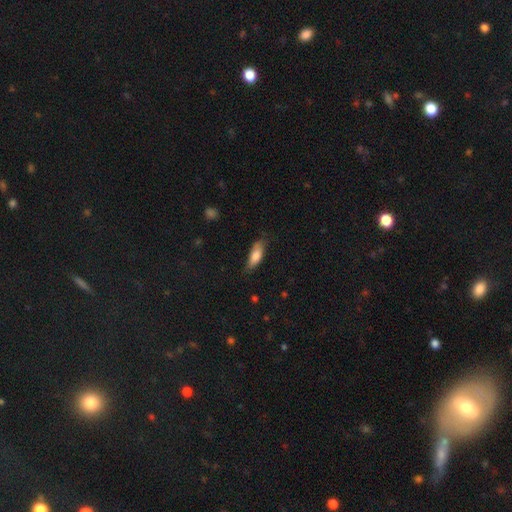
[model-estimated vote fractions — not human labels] Smooth or featured? smooth (76%)
How rounded? in between (63%)
Merging? none (70%)